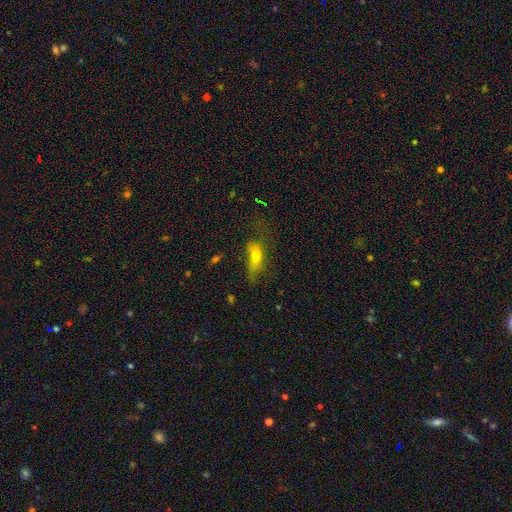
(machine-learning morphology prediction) The model was most divided on "merging": major disturbance: 35%, none: 33%, minor disturbance: 27%, merger: 4%. More confident: how rounded — in between (71%); smooth or featured — smooth (64%).